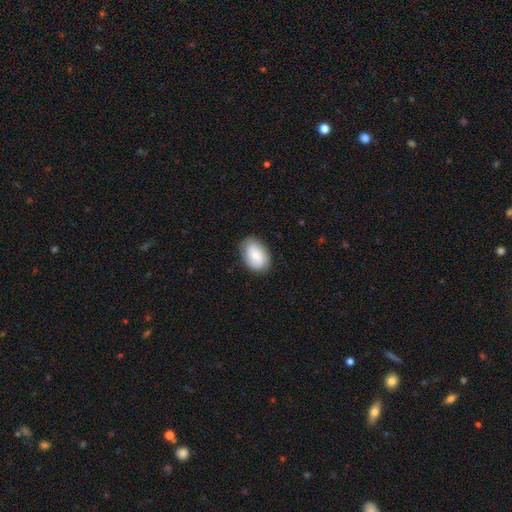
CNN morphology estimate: Overall: smooth (73%). How rounded: in between (86%). Merging: none (79%).